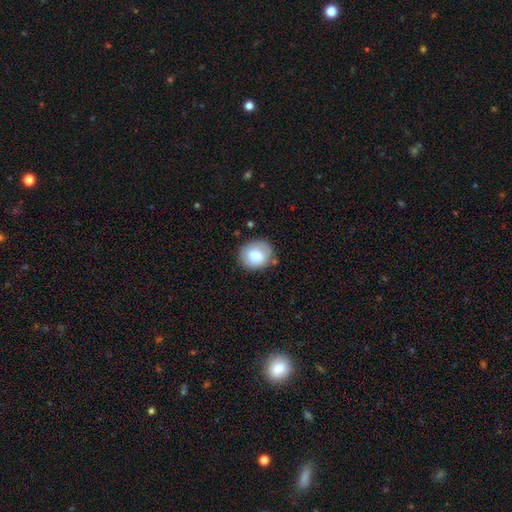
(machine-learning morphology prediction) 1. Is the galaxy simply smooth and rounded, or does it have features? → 78% smooth, 15% featured or disk, 7% star or artifact.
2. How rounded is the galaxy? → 69% round, 30% in between, 1% cigar-shaped.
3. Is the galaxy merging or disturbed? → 74% none, 18% minor disturbance, 5% major disturbance, 3% merger.